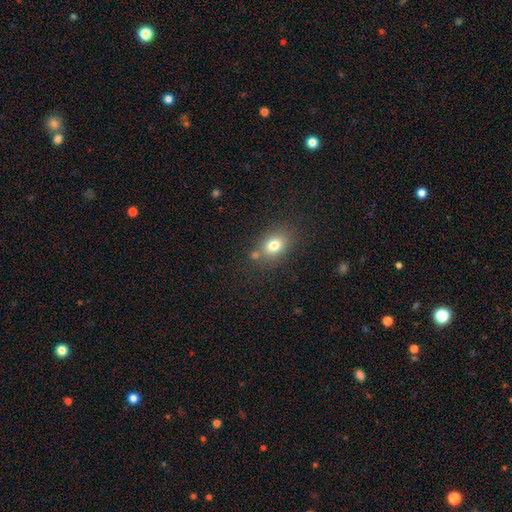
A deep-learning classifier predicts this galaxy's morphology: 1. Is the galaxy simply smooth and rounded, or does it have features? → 75% smooth, 15% star or artifact, 10% featured or disk.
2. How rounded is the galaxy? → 52% in between, 47% round, 1% cigar-shaped.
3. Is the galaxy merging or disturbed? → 73% none, 13% minor disturbance, 11% merger, 4% major disturbance.